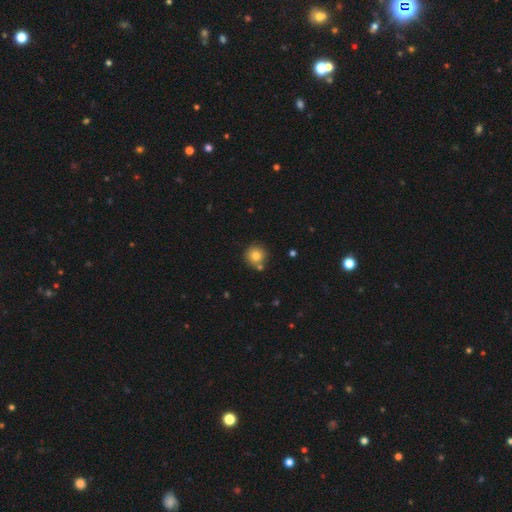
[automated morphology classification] A smooth galaxy with no disk features (80%) that is round (94%). Merging: none (78%).